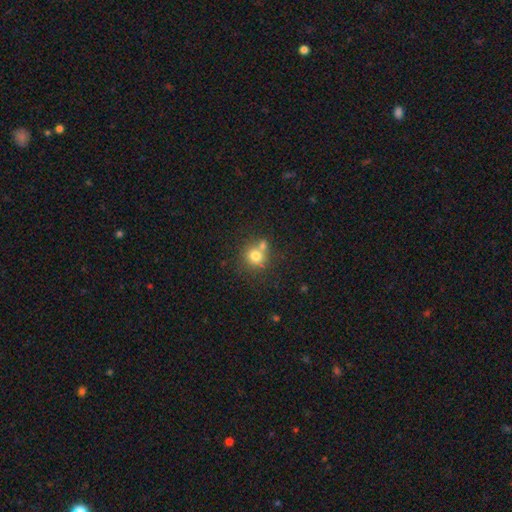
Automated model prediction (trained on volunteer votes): A smooth galaxy with no disk features (75%) that is round (86%). Merging: none (52%).